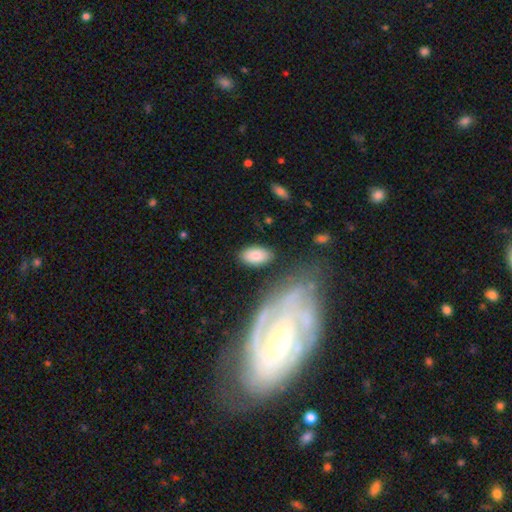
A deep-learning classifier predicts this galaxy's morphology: Overall: smooth (84%). How rounded: in between (94%). Merging: none (81%).